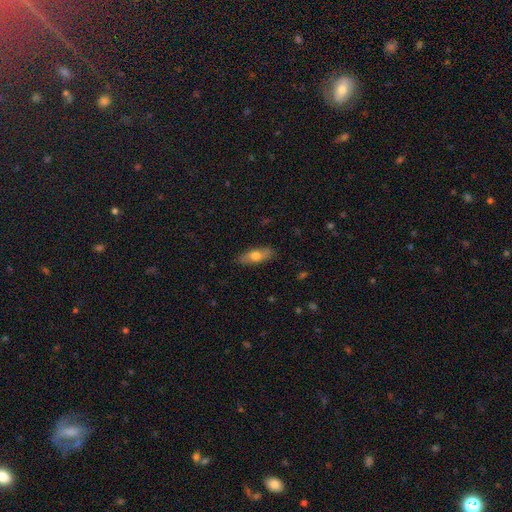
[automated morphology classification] A smooth galaxy with no disk features (66%) that is in between round and cigar-shaped (64%). Merging: none (85%).